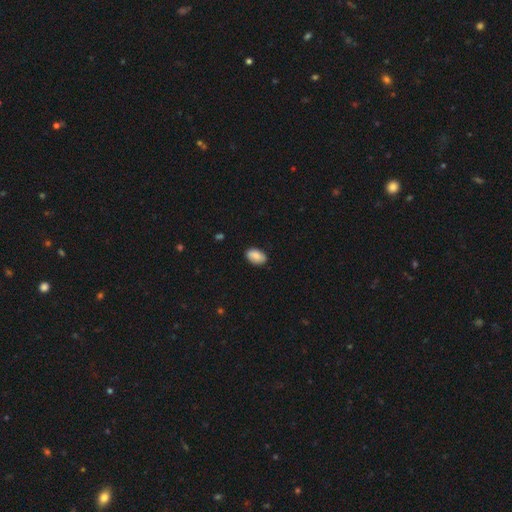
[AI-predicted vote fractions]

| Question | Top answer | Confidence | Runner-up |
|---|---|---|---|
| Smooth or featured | smooth | 87% | star or artifact (7%) |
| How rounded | in between | 92% | round (7%) |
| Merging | none | 86% | minor disturbance (11%) |